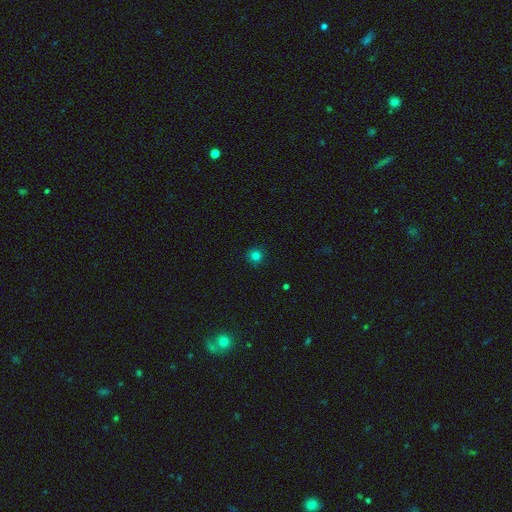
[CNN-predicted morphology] smooth_or_featured: smooth (p=0.80) [alt: star or artifact p=0.16]
how_rounded: round (p=0.94) [alt: in between p=0.05]
merging: none (p=0.90) [alt: minor disturbance p=0.07]